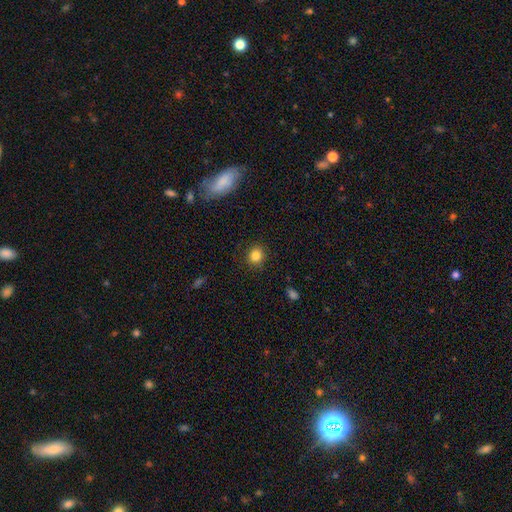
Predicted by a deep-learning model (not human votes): smooth 84%, star or artifact 11%, featured or disk 5%. Down the decision tree: how rounded — round (87%); merging — none (90%).